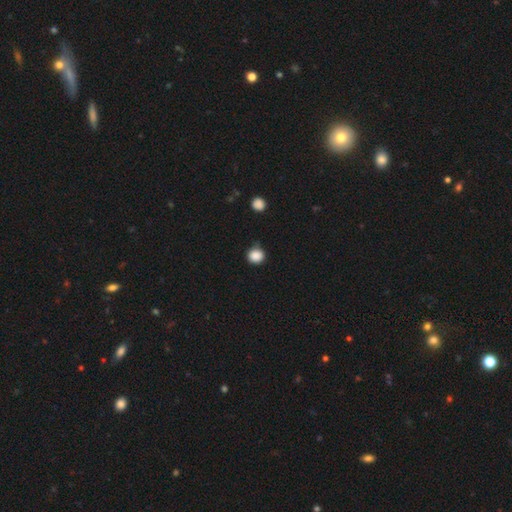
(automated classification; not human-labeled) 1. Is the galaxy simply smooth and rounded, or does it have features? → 87% smooth, 11% star or artifact, 3% featured or disk.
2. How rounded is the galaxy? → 87% round, 12% in between, 1% cigar-shaped.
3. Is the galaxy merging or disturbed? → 78% none, 16% minor disturbance, 3% major disturbance, 3% merger.